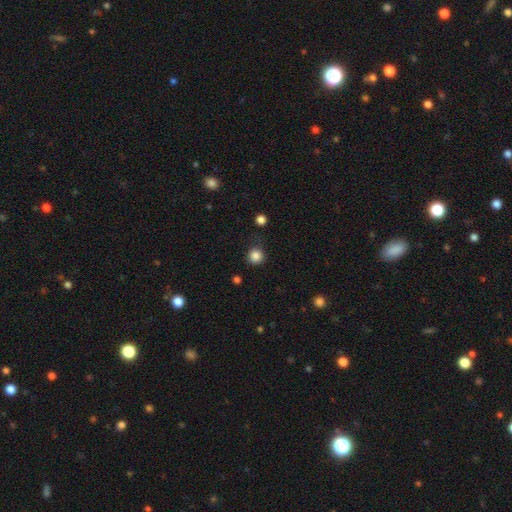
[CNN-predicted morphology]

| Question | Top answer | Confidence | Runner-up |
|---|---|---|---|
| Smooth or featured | smooth | 85% | star or artifact (12%) |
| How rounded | round | 92% | in between (7%) |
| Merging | none | 80% | minor disturbance (14%) |